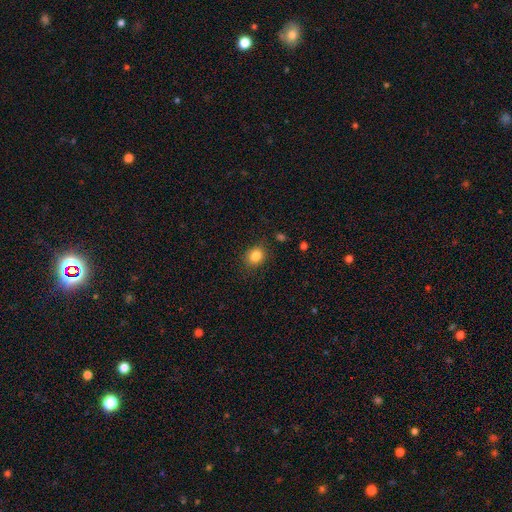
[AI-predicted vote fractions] Q: Smooth or featured?
A: smooth (84%); runner-up: star or artifact (11%)
Q: How rounded?
A: round (63%); runner-up: in between (36%)
Q: Merging?
A: none (84%); runner-up: minor disturbance (11%)